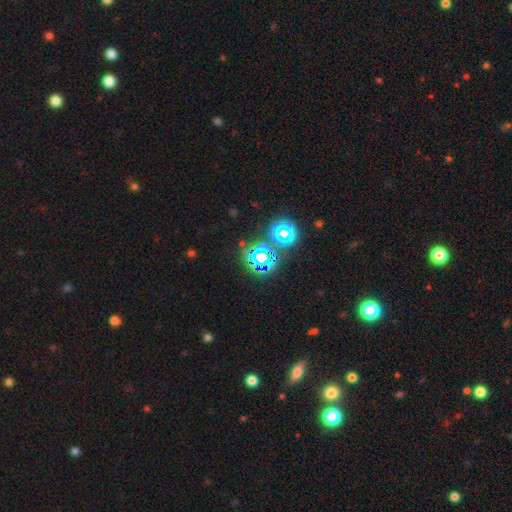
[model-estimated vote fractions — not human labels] A star or artifact, not a galaxy (63%).

Vote fractions:
- Smooth or featured? star or artifact: 63% / smooth: 29% / featured or disk: 8%